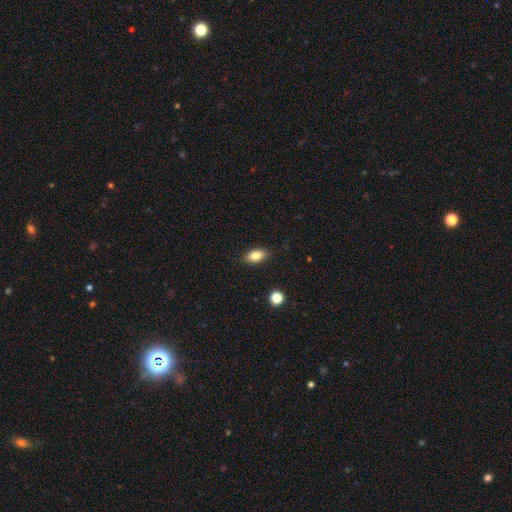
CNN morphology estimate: This is clearly a smooth galaxy (81%). How rounded: clearly in between (87%). Merging: clearly none (87%).